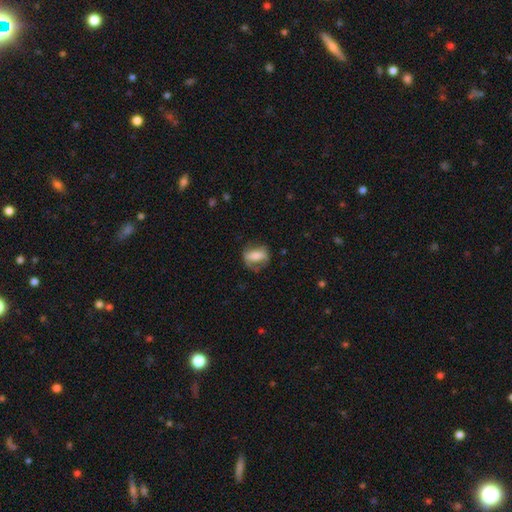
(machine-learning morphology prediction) Smooth or featured: smooth — 51% (featured or disk — 41%)
How rounded: in between — 68% (round — 20%)
Merging: none — 61% (minor disturbance — 23%)